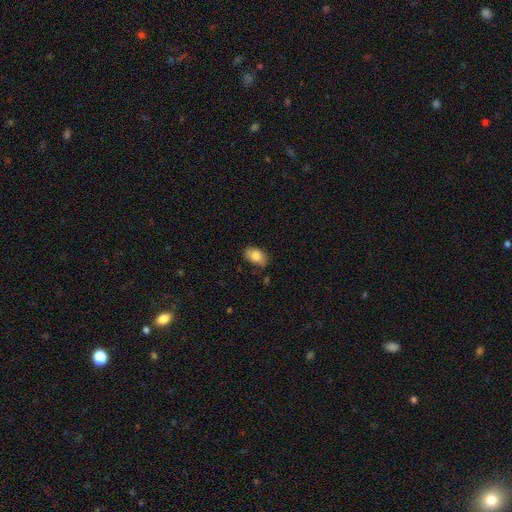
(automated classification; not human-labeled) Q: Smooth or featured?
A: smooth (83%); runner-up: featured or disk (10%)
Q: How rounded?
A: in between (91%); runner-up: round (8%)
Q: Merging?
A: none (80%); runner-up: minor disturbance (15%)